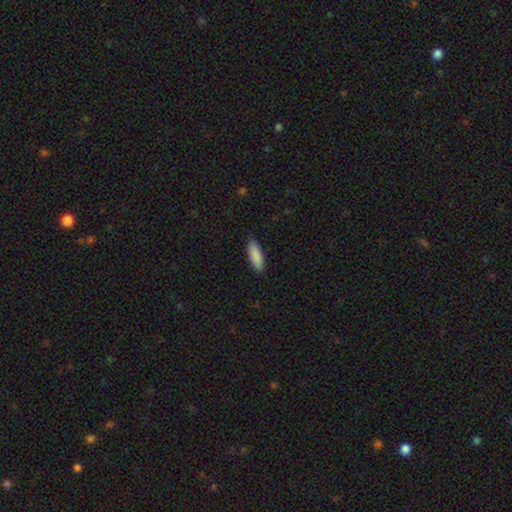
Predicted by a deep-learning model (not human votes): Smooth or featured: smooth — 89% (star or artifact — 6%)
How rounded: in between — 58% (cigar-shaped — 41%)
Merging: none — 89% (minor disturbance — 8%)